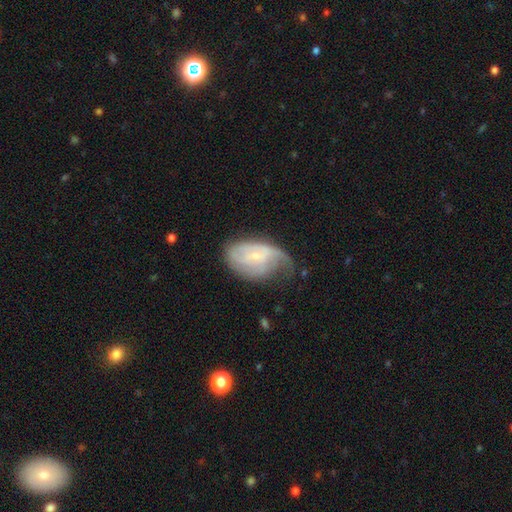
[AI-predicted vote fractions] This appears to be a featured or disk galaxy (62%) with no bar (59%), spiral arms (78%) and a small central bulge (74%). Merging: minor disturbance (36%).